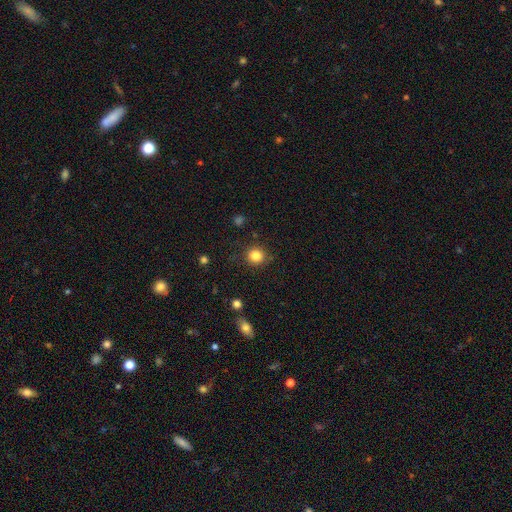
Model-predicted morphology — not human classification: Smooth or featured? Predicted: smooth (p=0.84). How rounded? Predicted: round (p=0.91). Merging? Predicted: none (p=0.86).